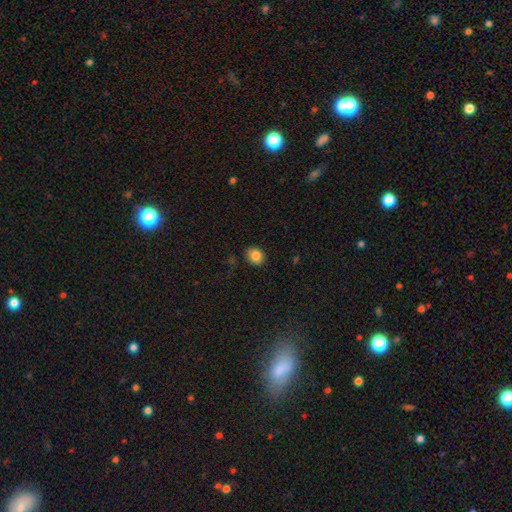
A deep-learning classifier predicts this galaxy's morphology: A smooth galaxy with no disk features (85%) that is round (59%).

Vote fractions:
- Smooth or featured? smooth: 85% / star or artifact: 9% / featured or disk: 6%
- How rounded? round: 59% / in between: 40% / cigar-shaped: 1%
- Merging? none: 89% / minor disturbance: 8% / major disturbance: 2% / merger: 1%